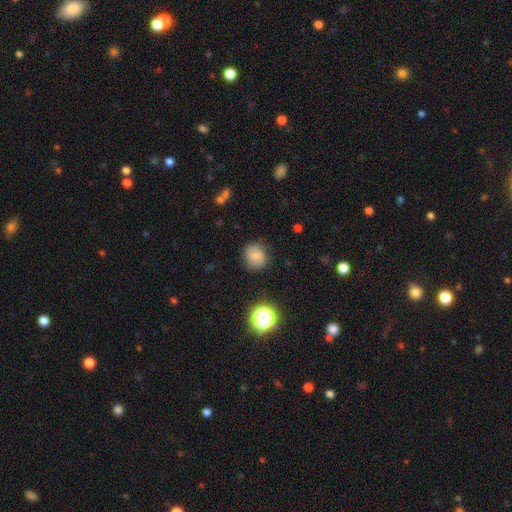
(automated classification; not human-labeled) A smooth galaxy with no disk features (76%) that is round (79%).

Vote fractions:
- Smooth or featured? smooth: 76% / star or artifact: 13% / featured or disk: 10%
- How rounded? round: 79% / in between: 20% / cigar-shaped: 1%
- Merging? none: 82% / minor disturbance: 13% / major disturbance: 4% / merger: 2%